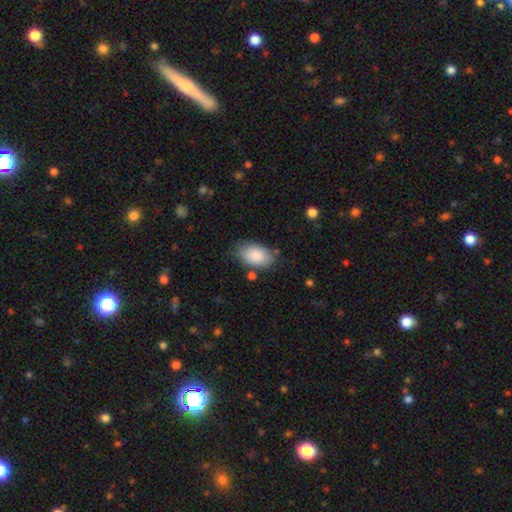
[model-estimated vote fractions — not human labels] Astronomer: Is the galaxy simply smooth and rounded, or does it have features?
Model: smooth — 87%.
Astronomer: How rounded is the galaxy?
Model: in between — 93%.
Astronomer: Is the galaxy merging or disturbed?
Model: none — 72%.